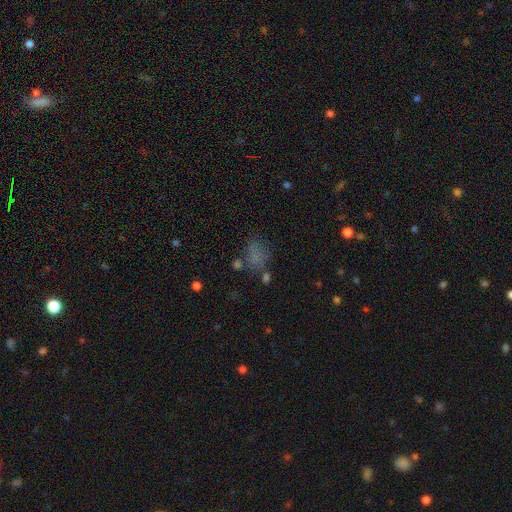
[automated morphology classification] Overall: smooth (63%; star or artifact 23%). How rounded: in between (73%). Merging: none (50%; minor disturbance 21%).